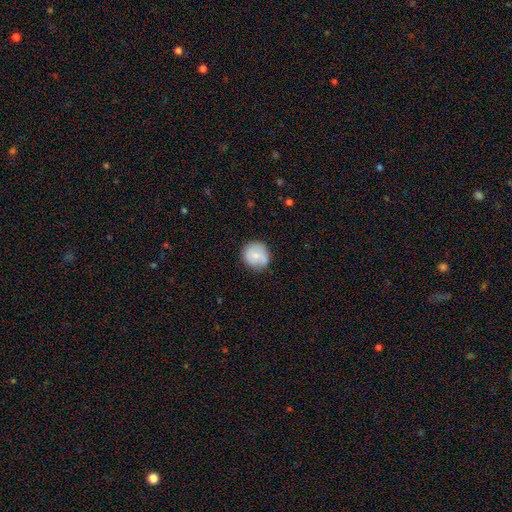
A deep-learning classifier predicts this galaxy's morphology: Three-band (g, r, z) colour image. It shows a smooth galaxy with no disk features (68%) that is round (89%). Merging: none (70%).